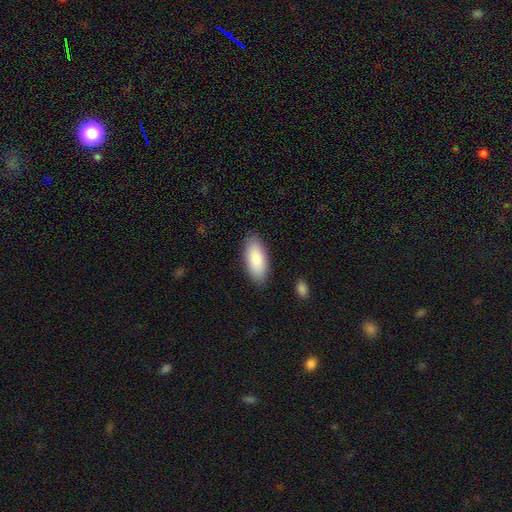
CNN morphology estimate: This is clearly a smooth galaxy (89%). How rounded: clearly in between (84%). Merging: clearly none (88%).